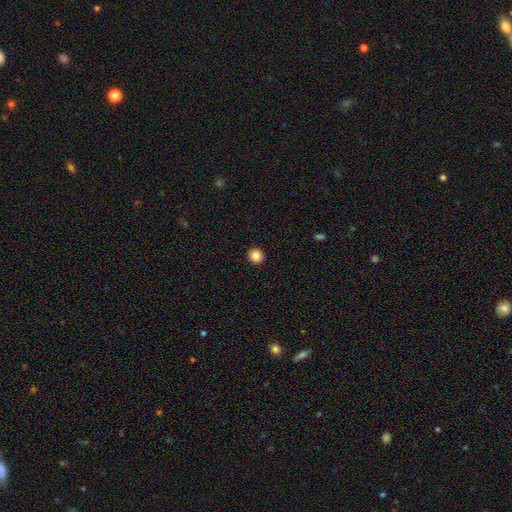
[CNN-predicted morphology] smooth_or_featured: smooth (p=0.85) [alt: star or artifact p=0.10]
how_rounded: round (p=0.93) [alt: in between p=0.06]
merging: none (p=0.93) [alt: minor disturbance p=0.04]